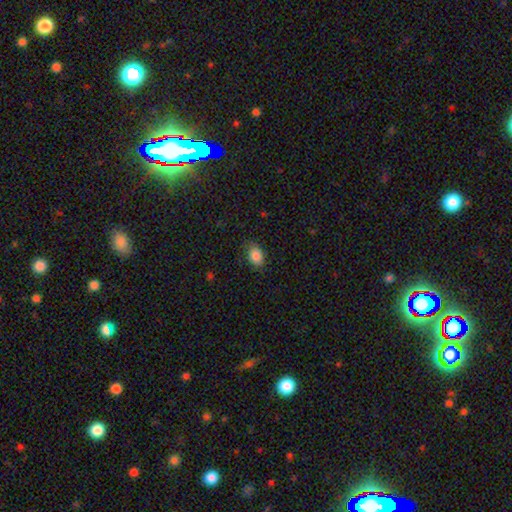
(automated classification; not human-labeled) Morphology: type=smooth (87%); roundness=in between (83%); merging=none (79%).